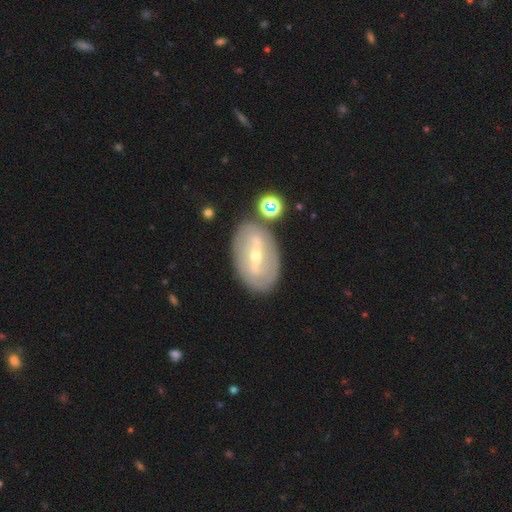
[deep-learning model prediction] Smooth or featured?
  - featured or disk: 76% *
  - smooth: 17%
  - star or artifact: 7%
Edge-on disk?
  - no: 92% *
  - yes: 8%
Bar?
  - strong: 54% *
  - weak: 35%
  - no: 11%
Spiral arms?
  - yes: 65% *
  - no: 35%
Bulge size?
  - moderate: 49% *
  - small: 48%
  - large: 2%
  - none: 1%
  - dominant: 1%
Merging?
  - none: 77% *
  - minor disturbance: 12%
  - merger: 6%
  - major disturbance: 4%